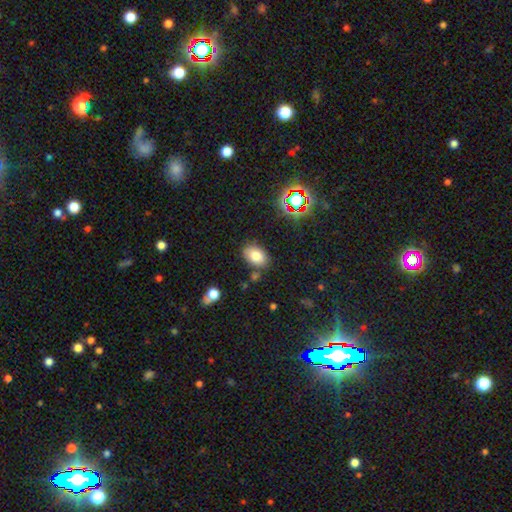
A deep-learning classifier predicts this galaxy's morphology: Smooth or featured?
  - smooth: 79% *
  - star or artifact: 12%
  - featured or disk: 10%
How rounded?
  - in between: 83% *
  - round: 16%
  - cigar-shaped: 1%
Merging?
  - none: 79% *
  - minor disturbance: 13%
  - merger: 5%
  - major disturbance: 3%